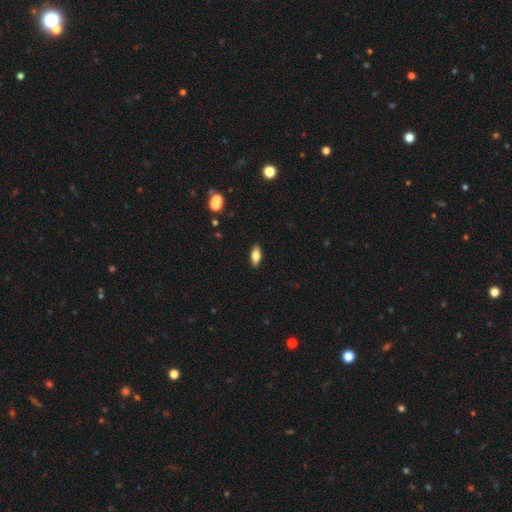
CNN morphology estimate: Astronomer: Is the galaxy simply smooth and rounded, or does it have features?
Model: smooth — 78%.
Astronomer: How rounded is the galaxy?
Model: in between — 84%.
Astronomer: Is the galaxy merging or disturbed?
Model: none — 89%.